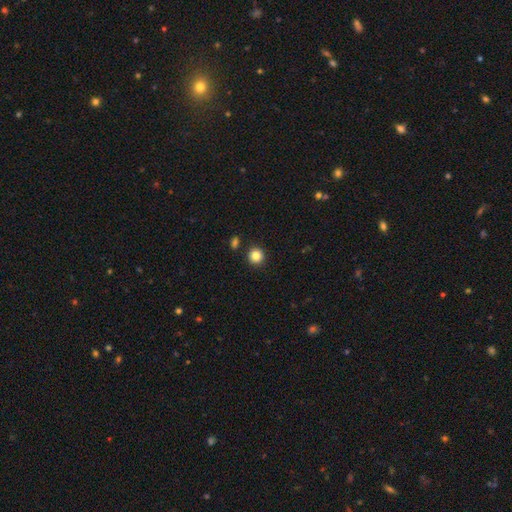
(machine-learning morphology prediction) Q: Smooth or featured?
A: smooth (85%); runner-up: star or artifact (11%)
Q: How rounded?
A: round (93%); runner-up: in between (6%)
Q: Merging?
A: none (89%); runner-up: minor disturbance (6%)